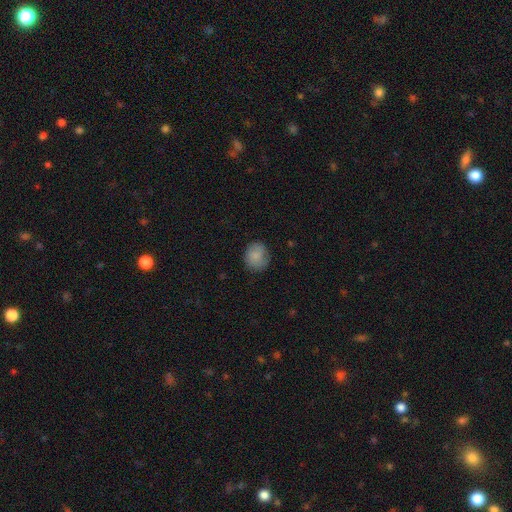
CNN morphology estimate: This appears to be a smooth galaxy with no disk features (83%) that is round (73%). Merging: none (76%).